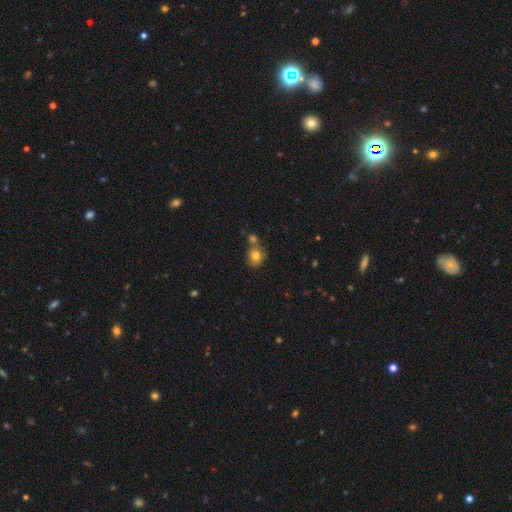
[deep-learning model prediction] This appears to be a smooth galaxy with no disk features (79%) that is round (72%). Merging: none (55%).